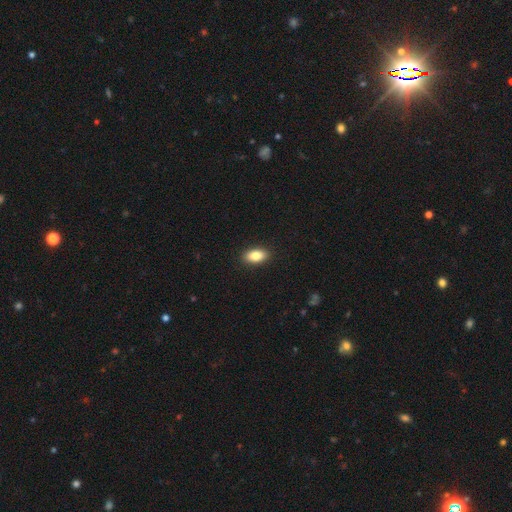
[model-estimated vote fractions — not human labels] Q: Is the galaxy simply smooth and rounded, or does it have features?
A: smooth — 84%.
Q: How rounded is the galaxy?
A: in between — 90%.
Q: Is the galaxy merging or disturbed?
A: none — 90%.